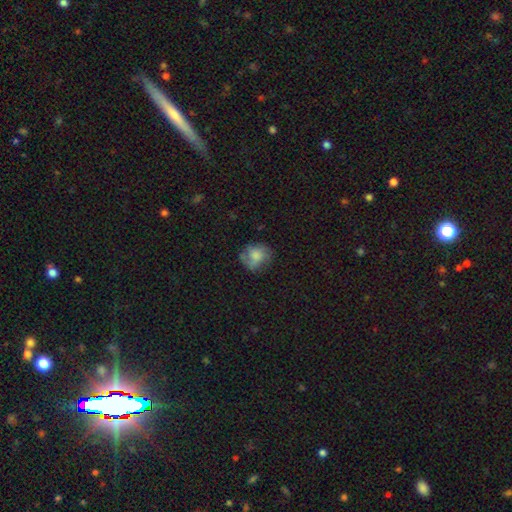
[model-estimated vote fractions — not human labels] Smooth or featured? smooth (57%)
How rounded? round (73%)
Merging? none (65%)